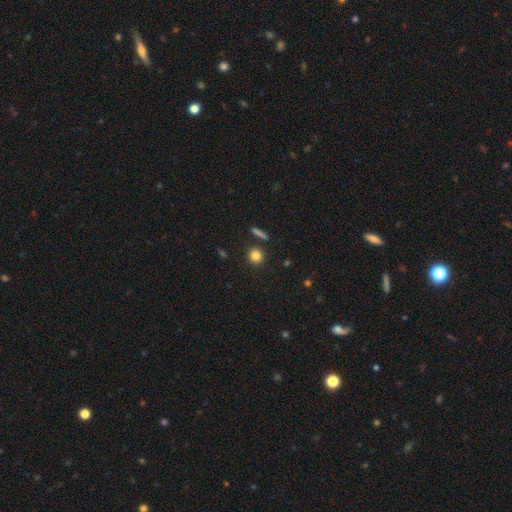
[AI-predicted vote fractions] Q: Smooth or featured?
A: smooth (83%); runner-up: star or artifact (11%)
Q: How rounded?
A: round (90%); runner-up: in between (9%)
Q: Merging?
A: none (87%); runner-up: minor disturbance (6%)